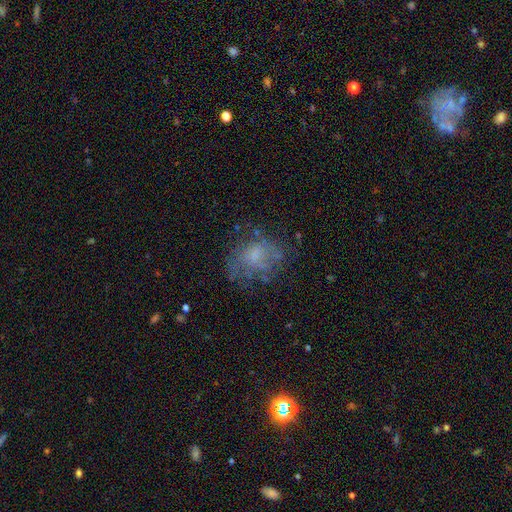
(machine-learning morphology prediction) Overall: smooth (43%; featured or disk 42%). Merging: none (53%; minor disturbance 22%).